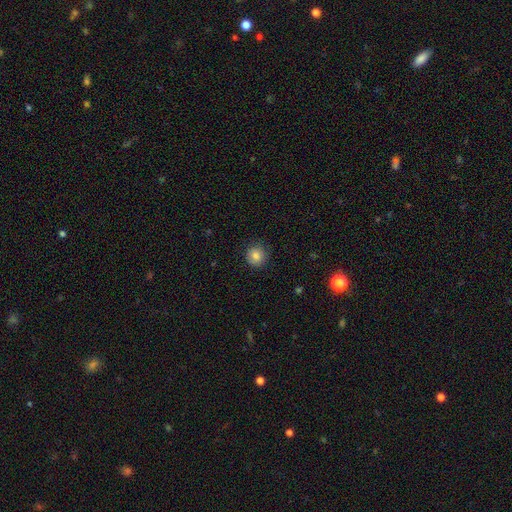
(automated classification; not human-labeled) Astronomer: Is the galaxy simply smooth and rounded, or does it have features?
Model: smooth — 82%.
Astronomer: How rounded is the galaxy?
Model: round — 92%.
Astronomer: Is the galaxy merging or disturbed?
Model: none — 87%.